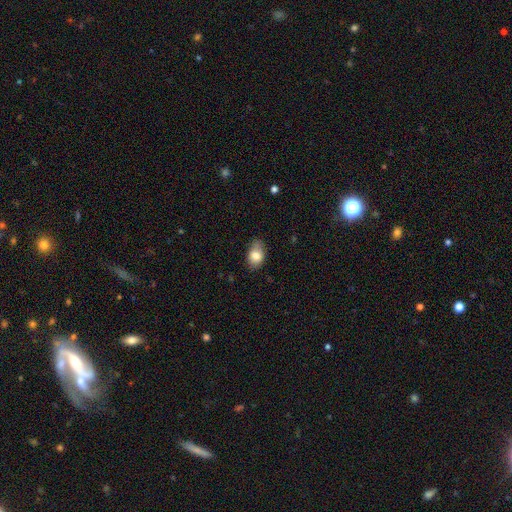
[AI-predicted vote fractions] Morphology: type=smooth (80%); roundness=in between (84%); merging=none (64%).